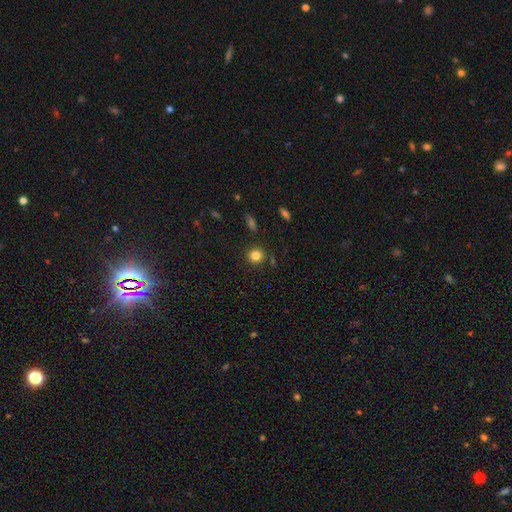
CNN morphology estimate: Q: Smooth or featured?
A: smooth (82%); runner-up: star or artifact (12%)
Q: How rounded?
A: round (90%); runner-up: in between (9%)
Q: Merging?
A: none (88%); runner-up: minor disturbance (7%)